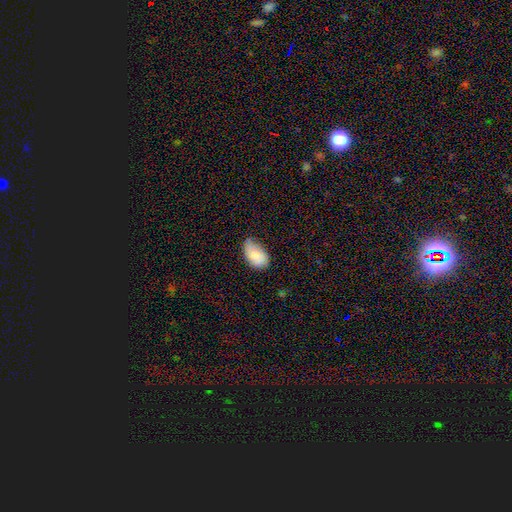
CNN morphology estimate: Smooth or featured: smooth — 80% (featured or disk — 14%)
How rounded: in between — 93% (round — 5%)
Merging: none — 50% (minor disturbance — 40%)